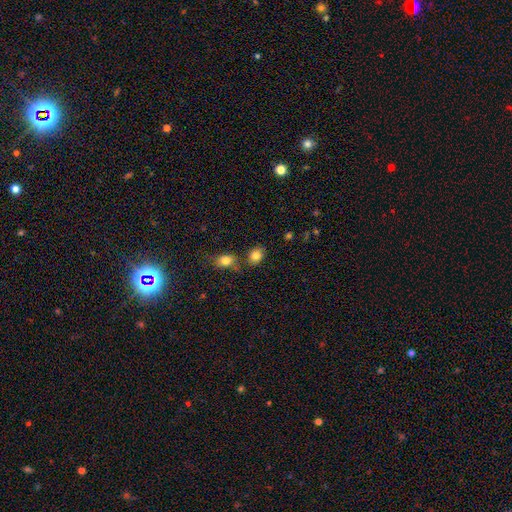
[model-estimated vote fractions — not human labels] smooth-or-featured: smooth: 82% | star or artifact: 10% | featured or disk: 8%
  how-rounded: in between: 53% | round: 45% | cigar-shaped: 1%
  merging: none: 70% | merger: 15% | minor disturbance: 12% | major disturbance: 3%